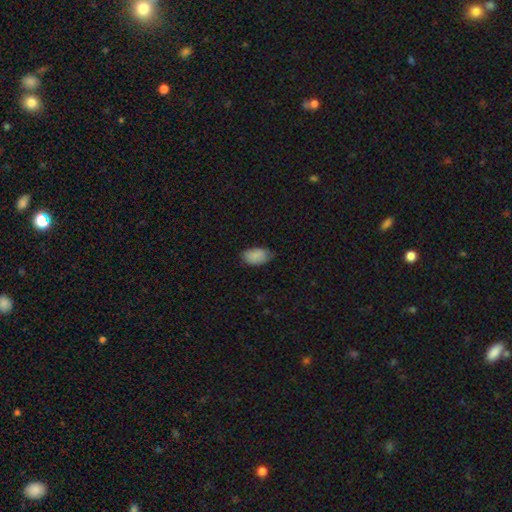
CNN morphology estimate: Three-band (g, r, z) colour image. It shows a smooth galaxy with no disk features (86%) that is in between round and cigar-shaped (93%). Merging: none (70%).